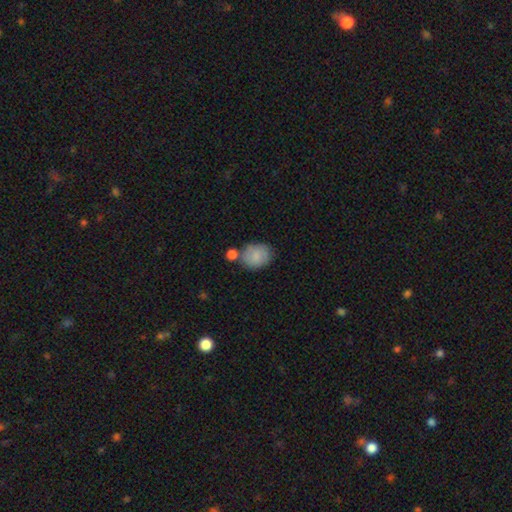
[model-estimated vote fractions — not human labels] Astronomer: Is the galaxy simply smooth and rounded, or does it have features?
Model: smooth — 79%.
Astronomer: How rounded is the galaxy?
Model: round — 55% (runner-up: in between, 44%).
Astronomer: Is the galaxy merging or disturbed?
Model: none — 59%.